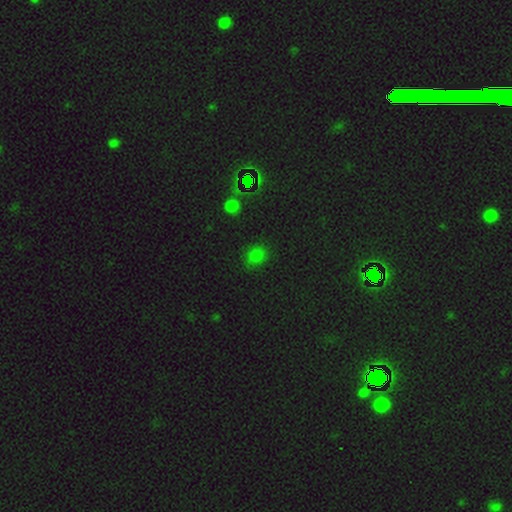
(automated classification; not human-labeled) Morphology: type=smooth (69%); roundness=round (60%); merging=none (80%).